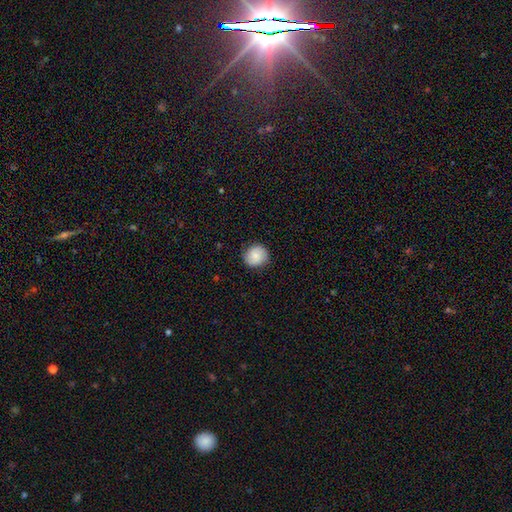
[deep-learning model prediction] The model was most divided on "smooth or featured": smooth: 72%, featured or disk: 20%, star or artifact: 8%. More confident: how rounded — round (87%); merging — none (85%).